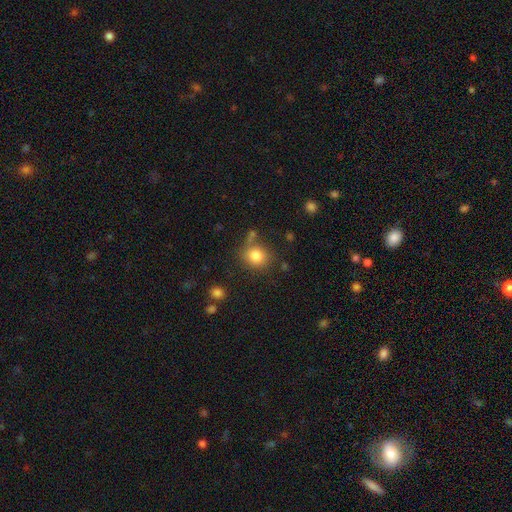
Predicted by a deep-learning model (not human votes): The model was most divided on "merging": none: 70%, minor disturbance: 15%, merger: 10%, major disturbance: 6%. More confident: smooth or featured — smooth (81%); how rounded — round (79%).